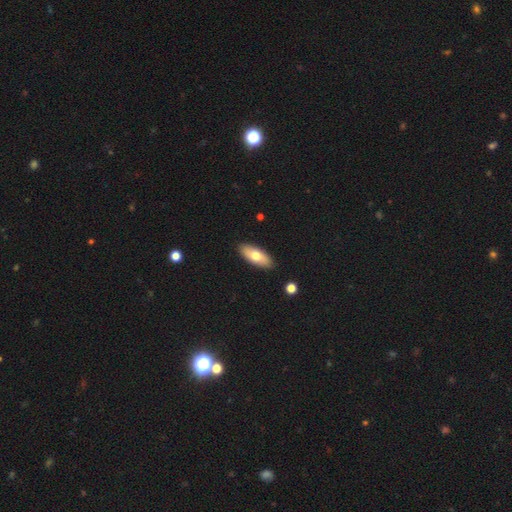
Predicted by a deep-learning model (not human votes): smooth_or_featured: smooth (p=0.68) [alt: featured or disk p=0.26]
how_rounded: in between (p=0.80) [alt: cigar-shaped p=0.17]
merging: none (p=0.89) [alt: minor disturbance p=0.08]